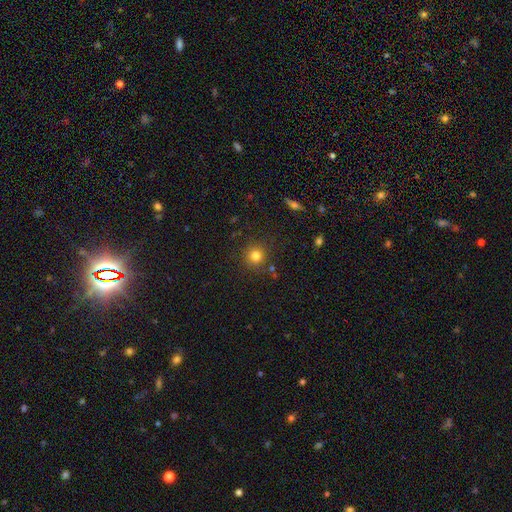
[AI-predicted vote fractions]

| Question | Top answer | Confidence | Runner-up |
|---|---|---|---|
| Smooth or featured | smooth | 80% | star or artifact (14%) |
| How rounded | round | 93% | in between (6%) |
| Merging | none | 86% | minor disturbance (8%) |